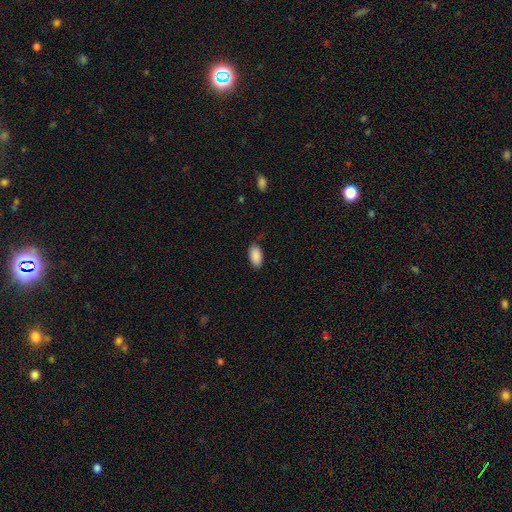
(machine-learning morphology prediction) A smooth galaxy with no disk features (90%) that is in between round and cigar-shaped (94%).

Vote fractions:
- Smooth or featured? smooth: 90% / star or artifact: 6% / featured or disk: 3%
- How rounded? in between: 94% / cigar-shaped: 3% / round: 2%
- Merging? none: 82% / minor disturbance: 14% / major disturbance: 3% / merger: 1%